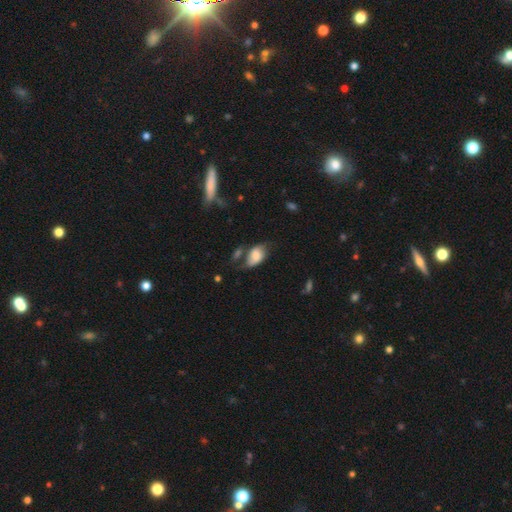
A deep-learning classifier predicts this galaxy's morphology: Smooth or featured?
  - smooth: 63% *
  - featured or disk: 29%
  - star or artifact: 8%
How rounded?
  - in between: 88% *
  - round: 10%
  - cigar-shaped: 2%
Merging?
  - none: 38% *
  - minor disturbance: 30%
  - major disturbance: 19%
  - merger: 13%